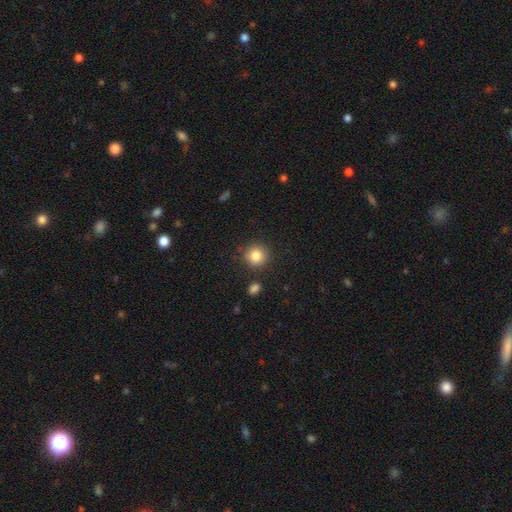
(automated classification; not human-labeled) Smooth or featured? Predicted: smooth (p=0.84). How rounded? Predicted: round (p=0.93). Merging? Predicted: none (p=0.88).